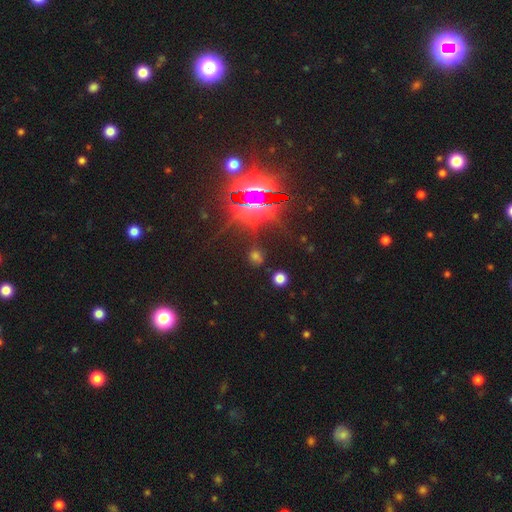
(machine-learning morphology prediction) This is likely a star or artifact rather than a galaxy (65%).